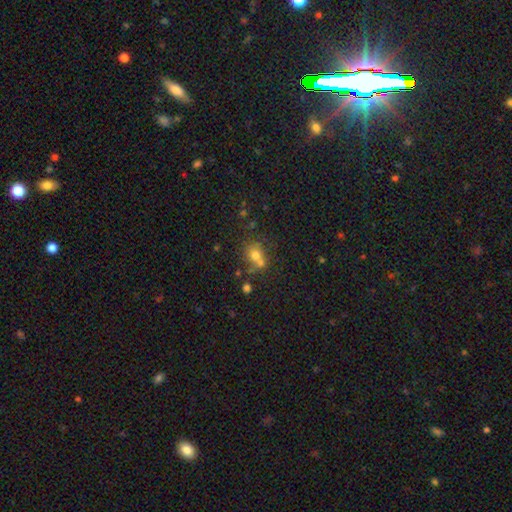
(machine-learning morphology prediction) smooth_or_featured: smooth (p=0.67) [alt: star or artifact p=0.18]
how_rounded: round (p=0.72) [alt: in between p=0.27]
merging: none (p=0.45) [alt: merger p=0.40]